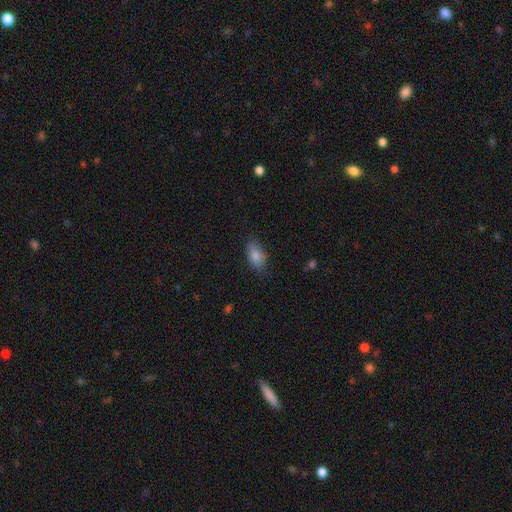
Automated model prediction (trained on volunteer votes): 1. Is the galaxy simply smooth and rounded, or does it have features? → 84% smooth, 9% featured or disk, 8% star or artifact.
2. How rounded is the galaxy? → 91% in between, 5% round, 5% cigar-shaped.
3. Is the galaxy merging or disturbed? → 76% none, 18% minor disturbance, 4% major disturbance, 1% merger.